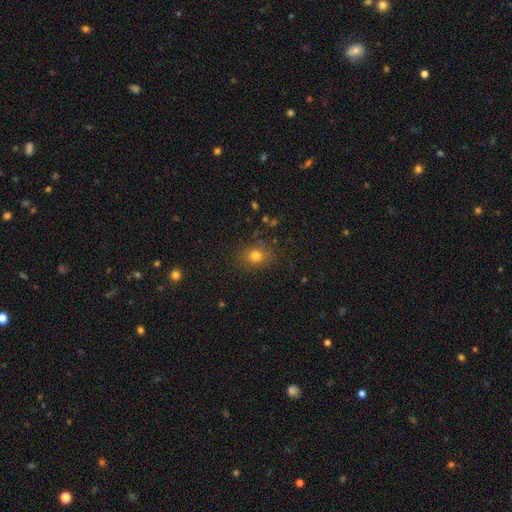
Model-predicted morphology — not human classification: Smooth or featured?
  - smooth: 77% *
  - star or artifact: 15%
  - featured or disk: 8%
How rounded?
  - round: 62% *
  - in between: 37%
  - cigar-shaped: 1%
Merging?
  - none: 84% *
  - minor disturbance: 11%
  - major disturbance: 4%
  - merger: 2%